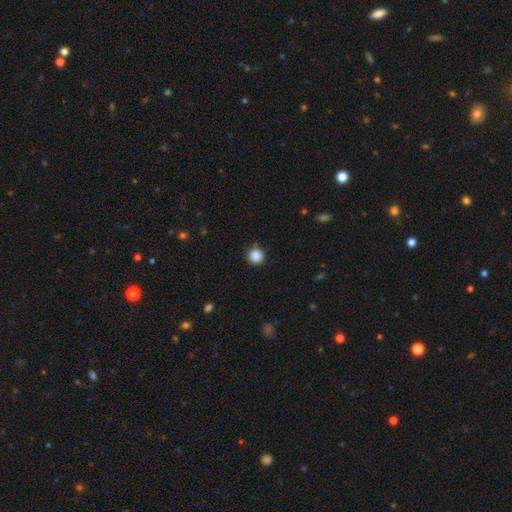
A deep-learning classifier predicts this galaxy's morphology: type=smooth (87%); roundness=round (93%); merging=none (84%).